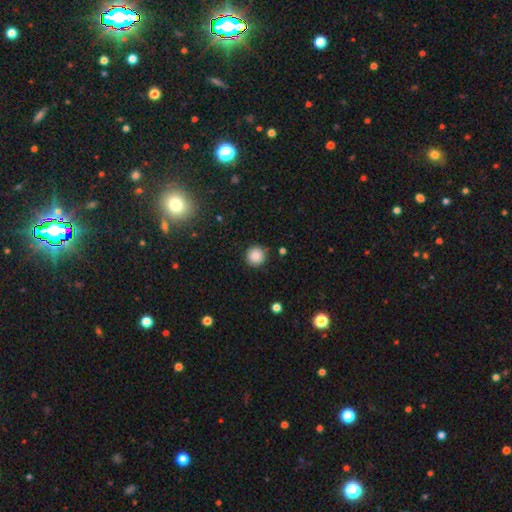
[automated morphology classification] Smooth or featured: smooth — 87% (star or artifact — 10%)
How rounded: round — 95% (in between — 4%)
Merging: none — 89% (minor disturbance — 7%)